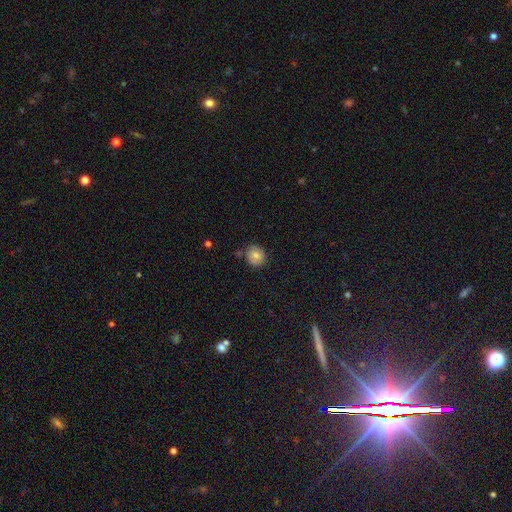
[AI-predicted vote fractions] This is likely a smooth galaxy (79%). How rounded: clearly round (81%). Merging: likely none (76%).